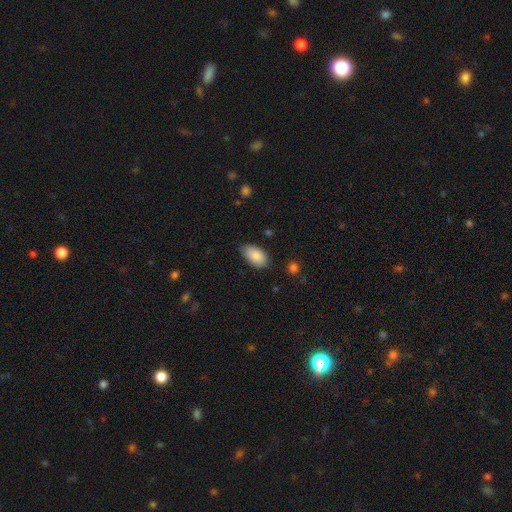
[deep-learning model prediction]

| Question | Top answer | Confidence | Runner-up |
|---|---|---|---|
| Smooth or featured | smooth | 86% | featured or disk (8%) |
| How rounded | in between | 93% | round (5%) |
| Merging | none | 69% | minor disturbance (26%) |